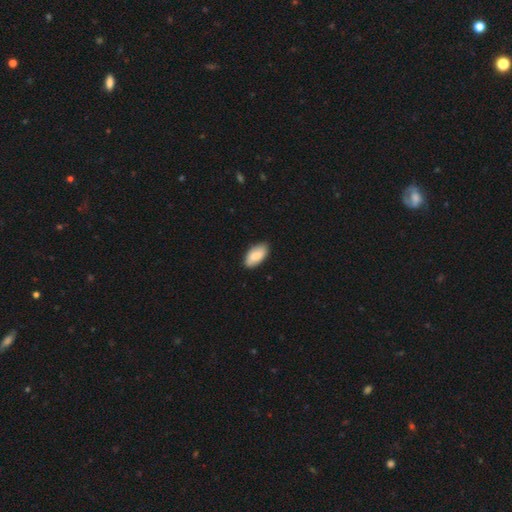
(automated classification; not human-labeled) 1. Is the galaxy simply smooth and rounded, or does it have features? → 85% smooth, 10% featured or disk, 6% star or artifact.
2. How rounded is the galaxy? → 94% in between, 3% cigar-shaped, 2% round.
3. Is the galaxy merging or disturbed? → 85% none, 12% minor disturbance, 2% major disturbance, 1% merger.